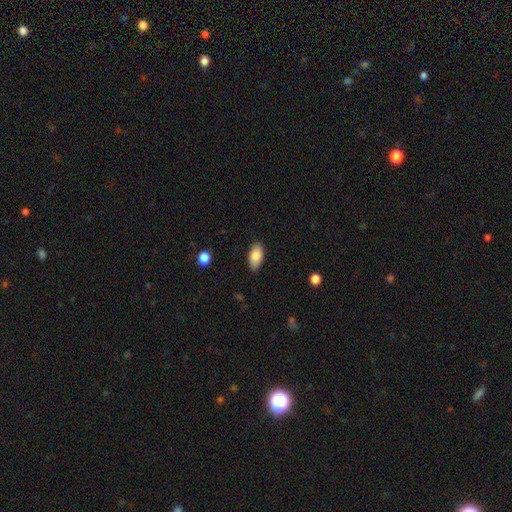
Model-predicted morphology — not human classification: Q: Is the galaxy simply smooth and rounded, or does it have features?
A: smooth — 86%.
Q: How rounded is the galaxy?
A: in between — 93%.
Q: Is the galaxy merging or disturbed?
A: none — 85%.